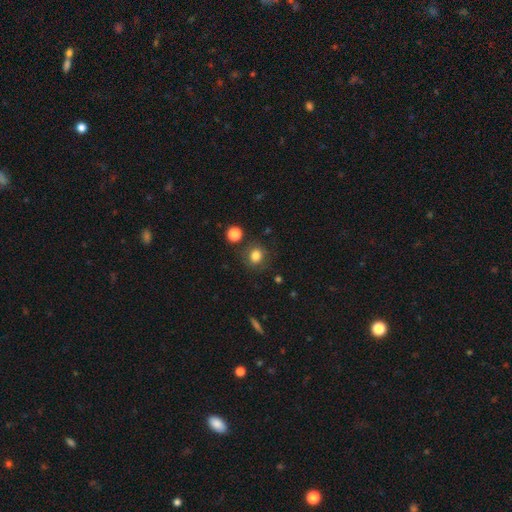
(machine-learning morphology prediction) This appears to be a smooth galaxy with no disk features (81%) that is round (79%). Merging: none (80%).